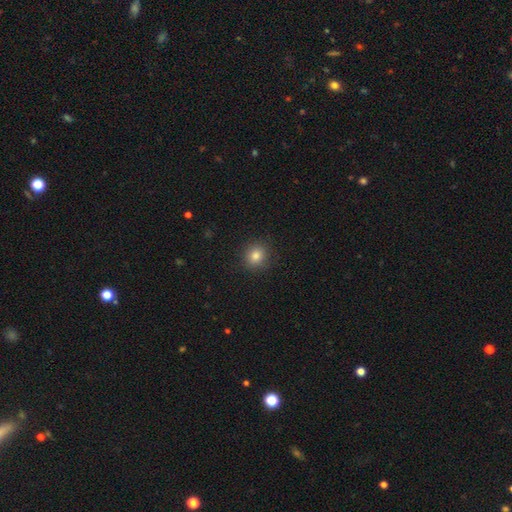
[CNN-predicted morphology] A smooth galaxy with no disk features (83%) that is round (86%). Merging: none (90%).